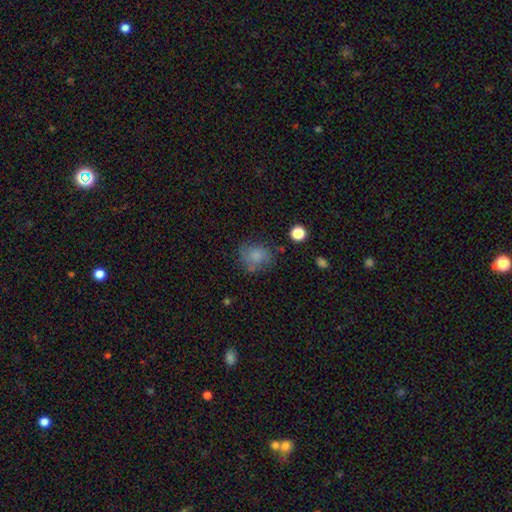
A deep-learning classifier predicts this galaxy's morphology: Smooth or featured? smooth (77%)
How rounded? round (68%)
Merging? none (65%)